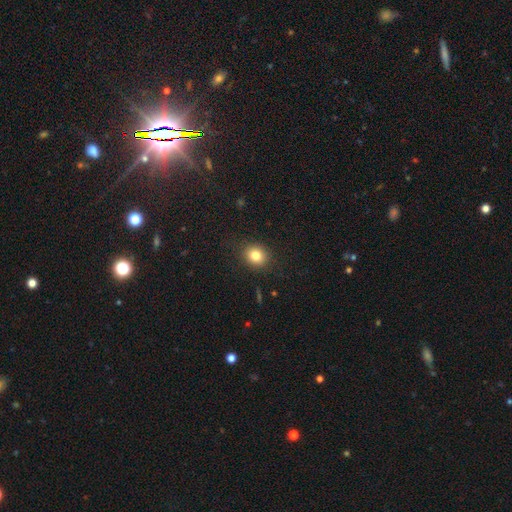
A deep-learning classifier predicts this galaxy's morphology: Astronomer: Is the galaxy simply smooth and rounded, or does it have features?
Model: smooth — 81%.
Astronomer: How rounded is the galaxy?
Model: round — 73%.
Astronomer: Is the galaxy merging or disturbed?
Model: none — 88%.